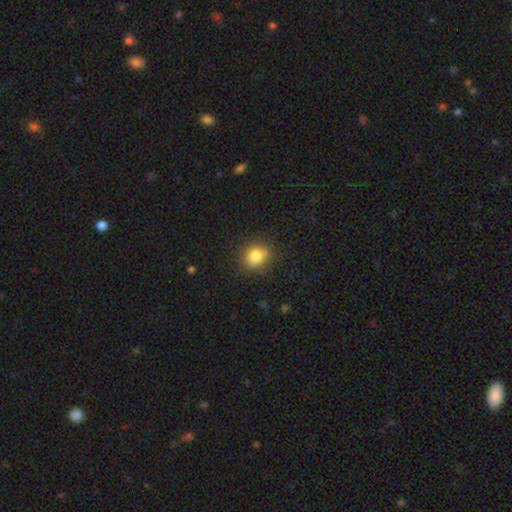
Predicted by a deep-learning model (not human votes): smooth_or_featured: smooth (p=0.82) [alt: star or artifact p=0.12]
how_rounded: round (p=0.79) [alt: in between p=0.20]
merging: none (p=0.79) [alt: minor disturbance p=0.15]